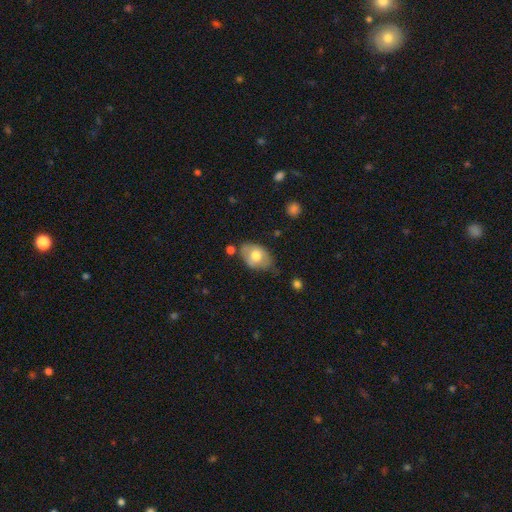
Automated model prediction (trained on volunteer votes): smooth_or_featured: smooth (p=0.67) [alt: featured or disk p=0.27]
how_rounded: in between (p=0.82) [alt: round p=0.16]
merging: none (p=0.59) [alt: minor disturbance p=0.29]